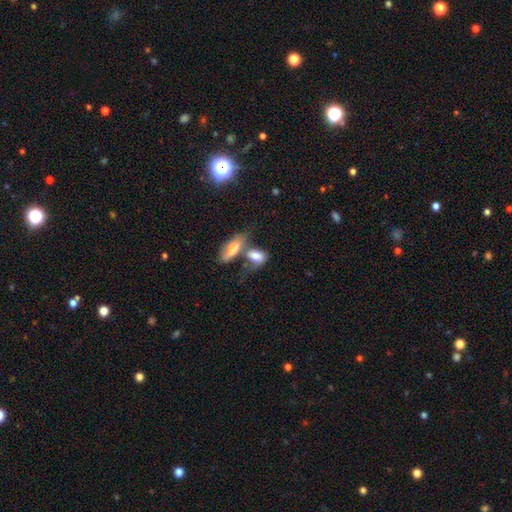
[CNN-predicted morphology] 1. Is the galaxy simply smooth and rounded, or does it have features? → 70% smooth, 22% featured or disk, 8% star or artifact.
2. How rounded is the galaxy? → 86% in between, 8% round, 6% cigar-shaped.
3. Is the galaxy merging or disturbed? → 57% merger, 21% none, 11% minor disturbance, 10% major disturbance.